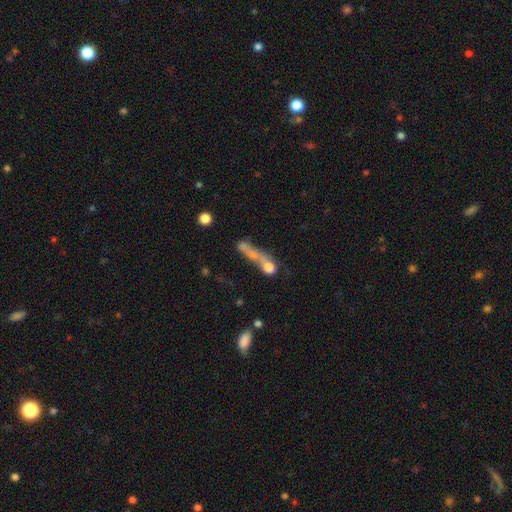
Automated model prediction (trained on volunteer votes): Smooth or featured? smooth (51%)
How rounded? cigar-shaped (61%)
Merging? merger (35%)